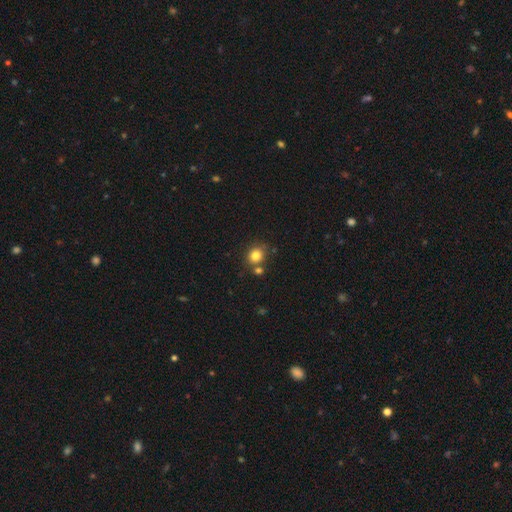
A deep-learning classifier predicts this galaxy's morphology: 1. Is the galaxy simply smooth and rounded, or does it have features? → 81% smooth, 12% star or artifact, 7% featured or disk.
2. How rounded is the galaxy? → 77% round, 22% in between, 1% cigar-shaped.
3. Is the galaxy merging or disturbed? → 69% none, 18% merger, 10% minor disturbance, 3% major disturbance.